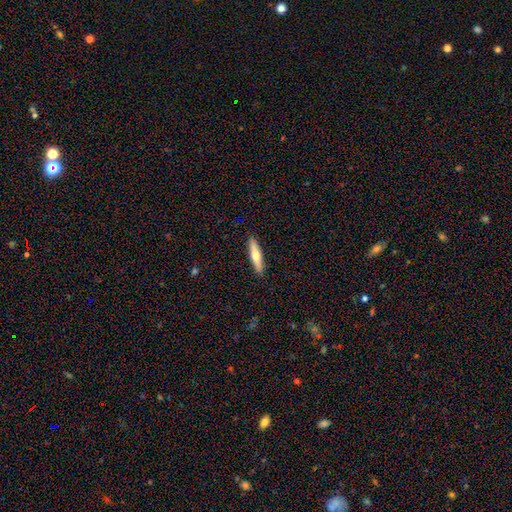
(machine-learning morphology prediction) The model was most divided on "smooth or featured": smooth: 53%, featured or disk: 42%, star or artifact: 5%. More confident: merging — none (91%); how rounded — cigar-shaped (83%).